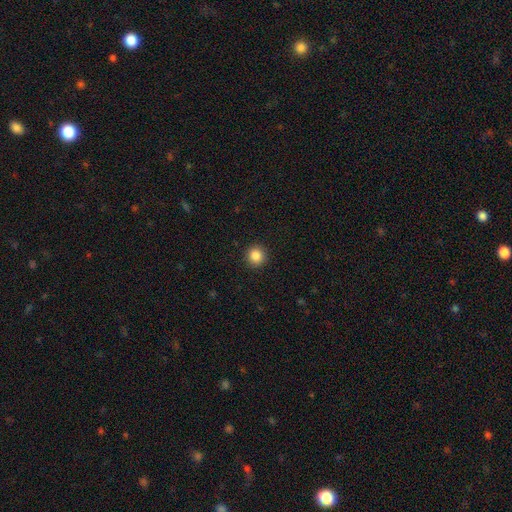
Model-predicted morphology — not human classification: type=smooth (86%); roundness=round (94%); merging=none (93%).